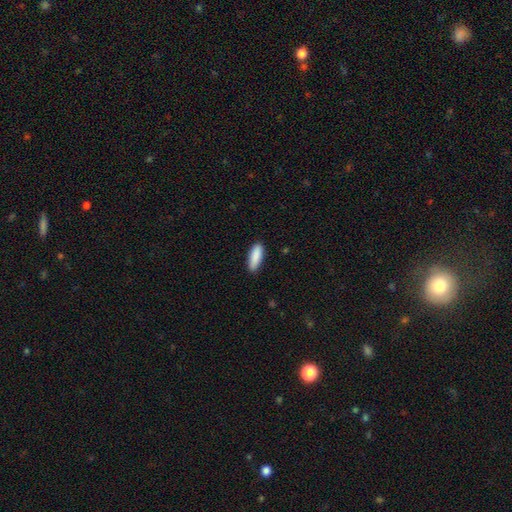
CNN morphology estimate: type=smooth (90%); roundness=in between (54%); merging=none (87%).